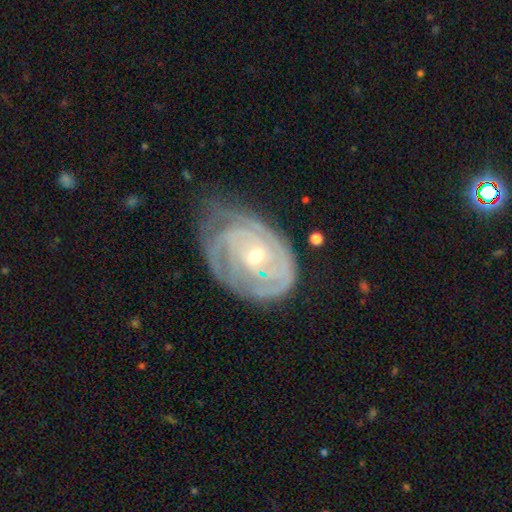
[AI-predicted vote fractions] Q: Smooth or featured?
A: featured or disk (86%); runner-up: smooth (9%)
Q: Edge-on disk?
A: no (96%); runner-up: yes (4%)
Q: Bar?
A: no (57%); runner-up: weak (34%)
Q: Spiral arms?
A: yes (94%); runner-up: no (6%)
Q: Spiral winding?
A: tight (77%); runner-up: medium (18%)
Q: Spiral arm count?
A: can't tell (35%); runner-up: 2 (23%)
Q: Bulge size?
A: moderate (52%); runner-up: small (45%)
Q: Merging?
A: none (54%); runner-up: minor disturbance (28%)